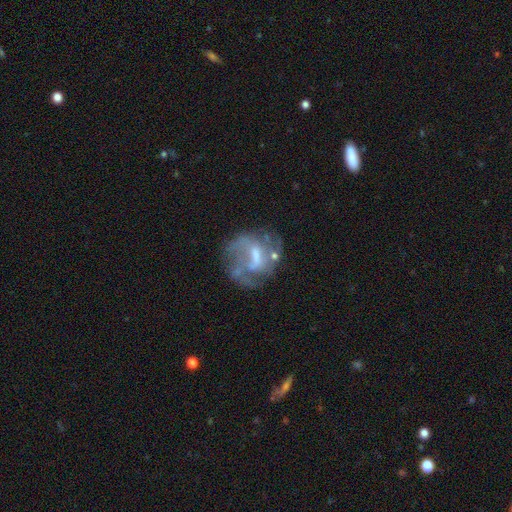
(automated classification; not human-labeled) This is likely a featured or disk galaxy (70%). It is clearly not viewed edge-on (97%). Bar: possibly weak (50%). Spiral arm pattern: likely yes (61%). Central bulge: marginally moderate (39%). Merging: possibly none (47%).